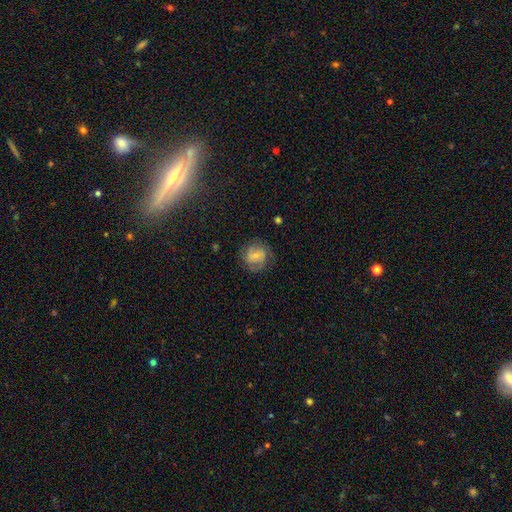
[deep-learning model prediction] Overall: featured or disk (58%; smooth 34%). Edge-on disk: no (98%). Bar: no (47%; weak 42%). Spiral arms: yes (86%). Bulge size: small (64%). Merging: none (73%).